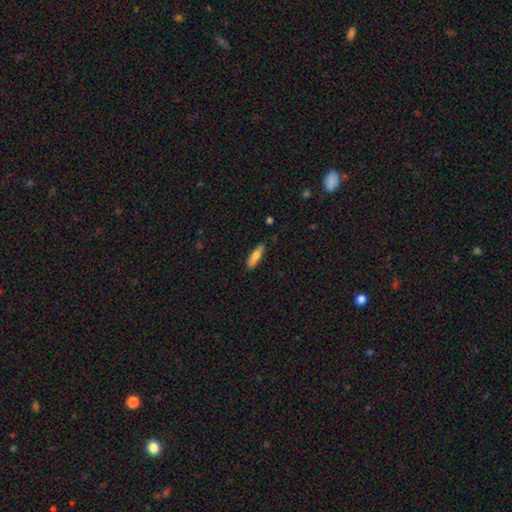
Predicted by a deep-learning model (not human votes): The model was most divided on "how rounded": cigar-shaped: 64%, in between: 34%, round: 2%. More confident: merging — none (81%); smooth or featured — smooth (67%).